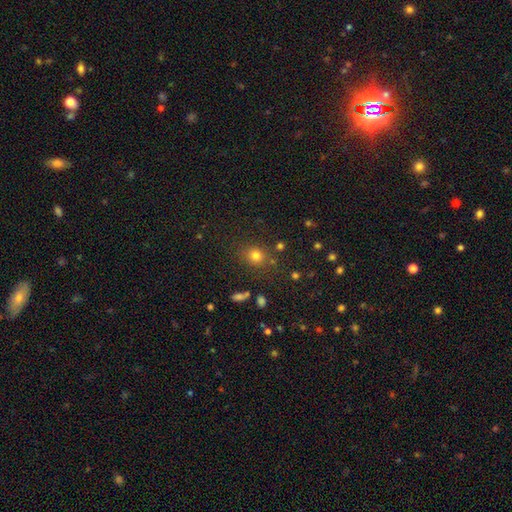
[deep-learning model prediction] Smooth or featured? Predicted: smooth (p=0.77). How rounded? Predicted: round (p=0.78). Merging? Predicted: none (p=0.79).